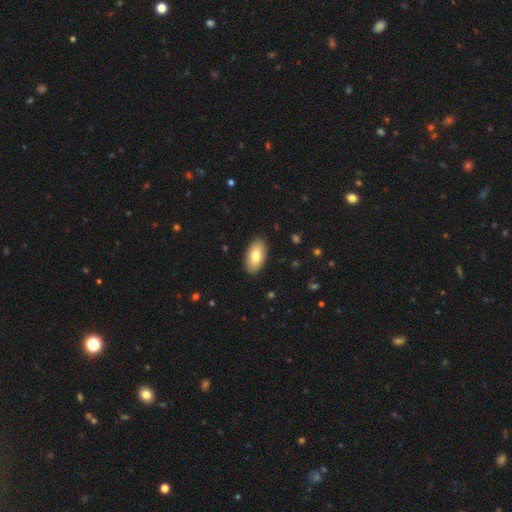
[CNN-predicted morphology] smooth-or-featured: smooth: 80% | featured or disk: 14% | star or artifact: 6%
  how-rounded: in between: 95% | cigar-shaped: 3% | round: 3%
  merging: none: 89% | minor disturbance: 8% | major disturbance: 2% | merger: 1%